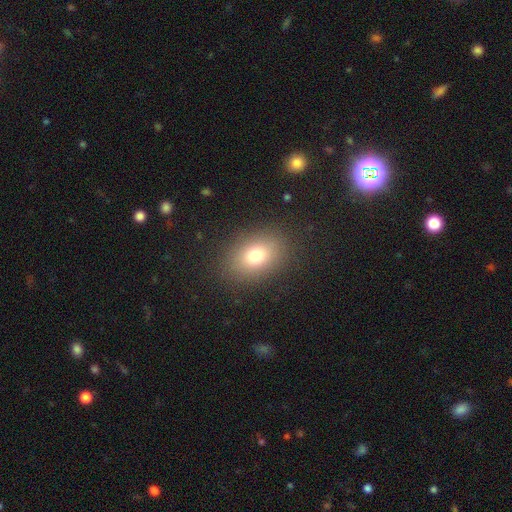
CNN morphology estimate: A smooth galaxy with no disk features (75%) that is in between round and cigar-shaped (69%).

Vote fractions:
- Smooth or featured? smooth: 75% / star or artifact: 13% / featured or disk: 11%
- How rounded? in between: 69% / round: 30% / cigar-shaped: 1%
- Merging? none: 87% / minor disturbance: 8% / major disturbance: 4% / merger: 1%